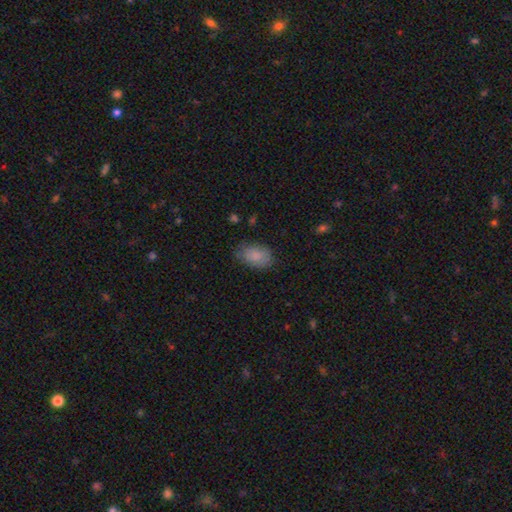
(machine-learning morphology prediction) A smooth galaxy with no disk features (86%) that is in between round and cigar-shaped (89%).

Vote fractions:
- Smooth or featured? smooth: 86% / star or artifact: 7% / featured or disk: 7%
- How rounded? in between: 89% / round: 10% / cigar-shaped: 1%
- Merging? none: 74% / minor disturbance: 20% / major disturbance: 5% / merger: 1%